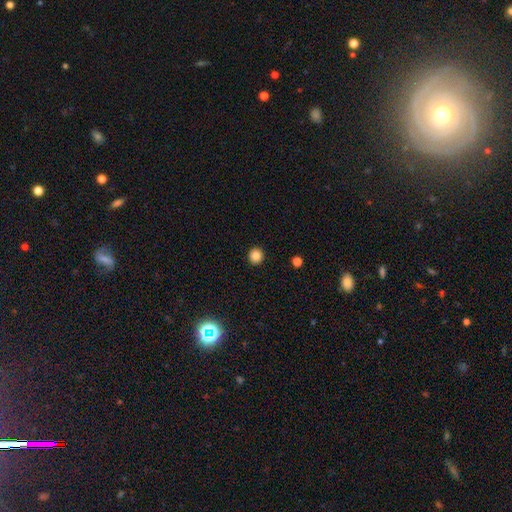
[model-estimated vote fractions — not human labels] Overall: smooth (84%). How rounded: round (93%). Merging: none (93%).